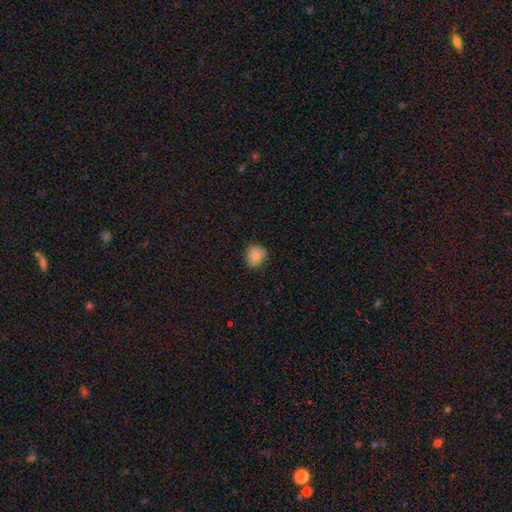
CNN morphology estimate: Smooth or featured? smooth (84%)
How rounded? round (72%)
Merging? none (80%)